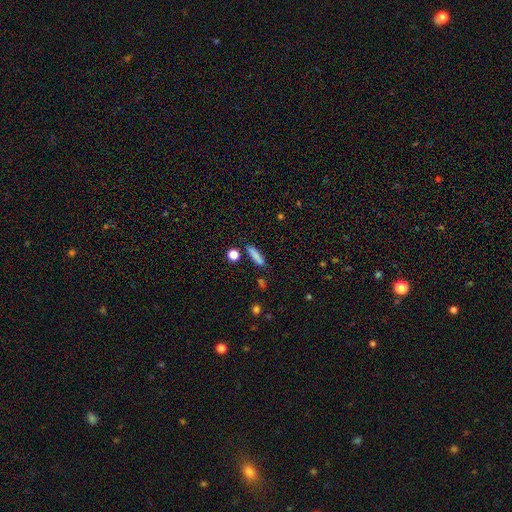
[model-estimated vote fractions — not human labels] Smooth or featured?
  - smooth: 80% *
  - featured or disk: 10%
  - star or artifact: 10%
How rounded?
  - cigar-shaped: 80% *
  - in between: 17%
  - round: 3%
Merging?
  - none: 80% *
  - minor disturbance: 12%
  - merger: 5%
  - major disturbance: 3%